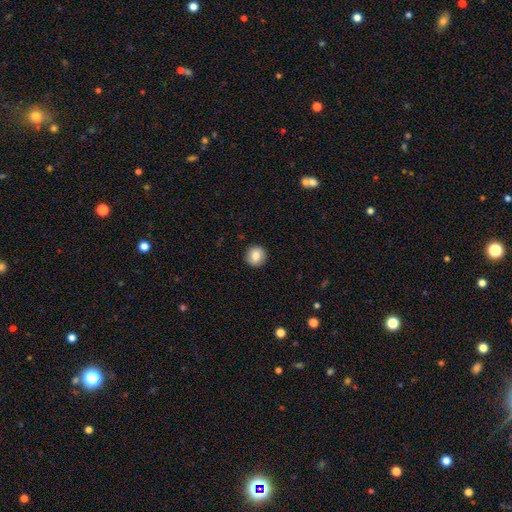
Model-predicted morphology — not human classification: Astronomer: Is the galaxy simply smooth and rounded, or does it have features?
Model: smooth — 82%.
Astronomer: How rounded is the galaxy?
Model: round — 90%.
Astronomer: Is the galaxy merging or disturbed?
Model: none — 90%.